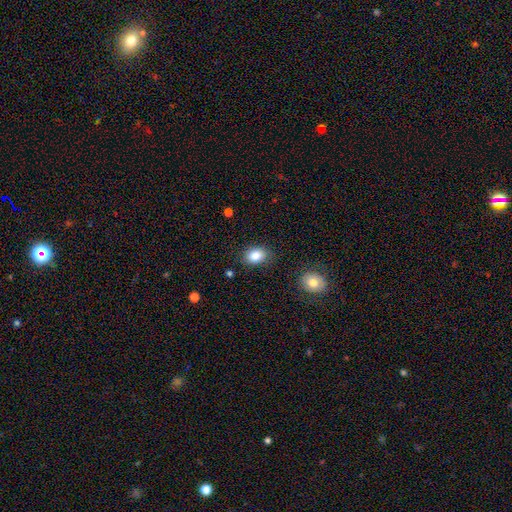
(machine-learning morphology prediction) This is clearly a smooth galaxy (85%). How rounded: likely in between (72%). Merging: clearly none (84%).